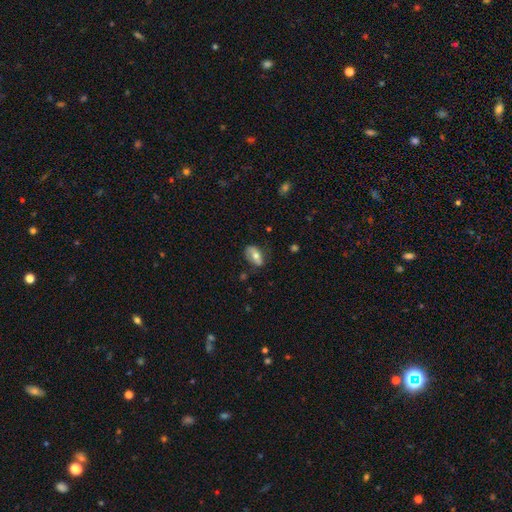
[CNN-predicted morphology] A smooth galaxy with no disk features (59%) that is in between round and cigar-shaped (89%).

Vote fractions:
- Smooth or featured? smooth: 59% / featured or disk: 34% / star or artifact: 7%
- How rounded? in between: 89% / round: 7% / cigar-shaped: 4%
- Merging? none: 67% / minor disturbance: 24% / major disturbance: 7% / merger: 2%